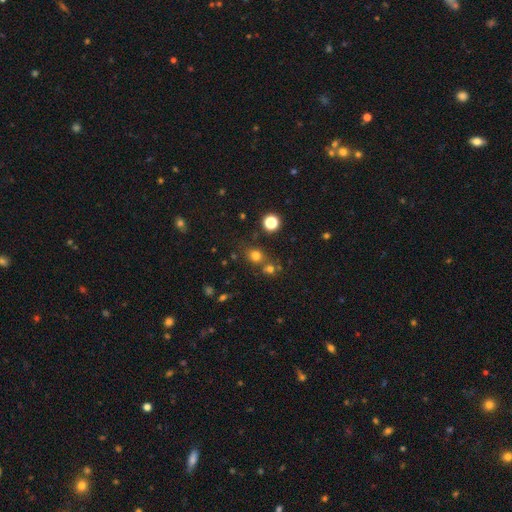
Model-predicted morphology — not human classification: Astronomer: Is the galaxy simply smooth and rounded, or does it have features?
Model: smooth — 70%.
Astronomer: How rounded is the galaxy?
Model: round — 77%.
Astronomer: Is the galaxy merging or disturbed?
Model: none — 64%.